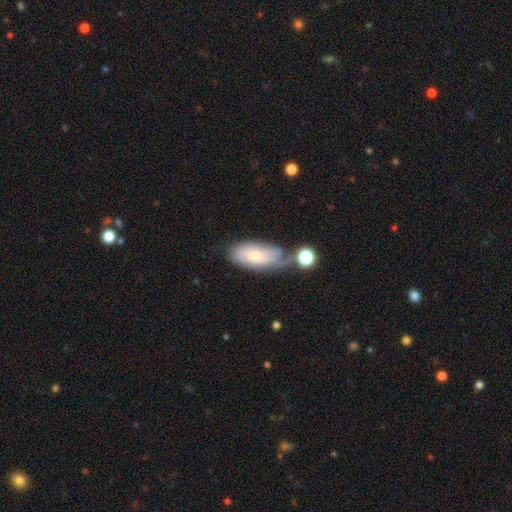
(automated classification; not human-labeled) Smooth or featured? smooth (55%)
How rounded? in between (87%)
Merging? none (40%)